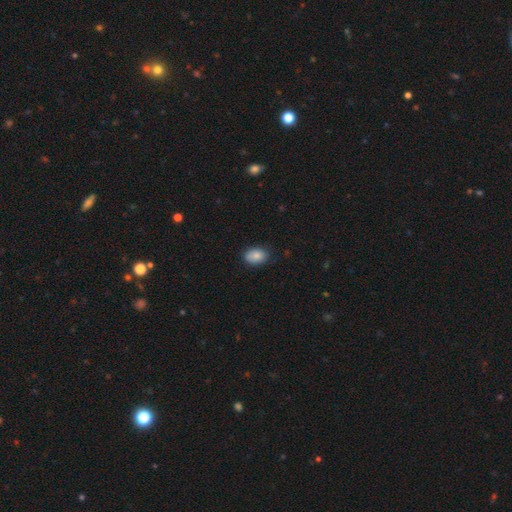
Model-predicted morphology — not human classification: smooth 85%, star or artifact 8%, featured or disk 7%. Down the decision tree: how rounded — in between (78%); merging — none (81%).